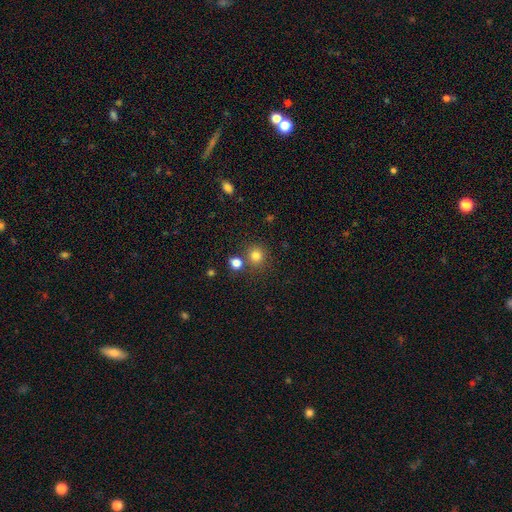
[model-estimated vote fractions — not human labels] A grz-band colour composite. It shows a smooth galaxy with no disk features (80%) that is round (89%). Merging: none (74%).